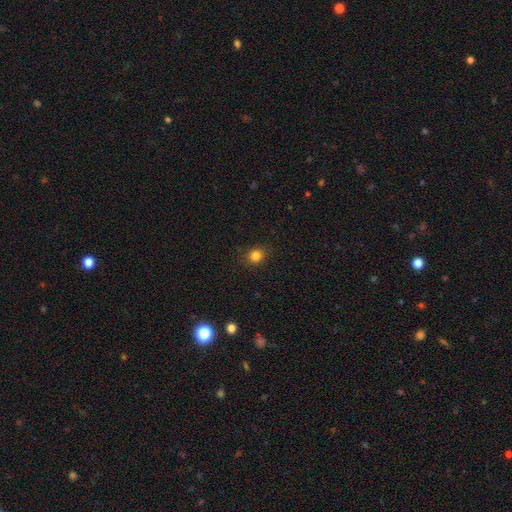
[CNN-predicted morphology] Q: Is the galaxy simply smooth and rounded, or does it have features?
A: smooth — 83%.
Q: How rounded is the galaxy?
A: round — 71%.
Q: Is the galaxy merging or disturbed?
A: none — 89%.